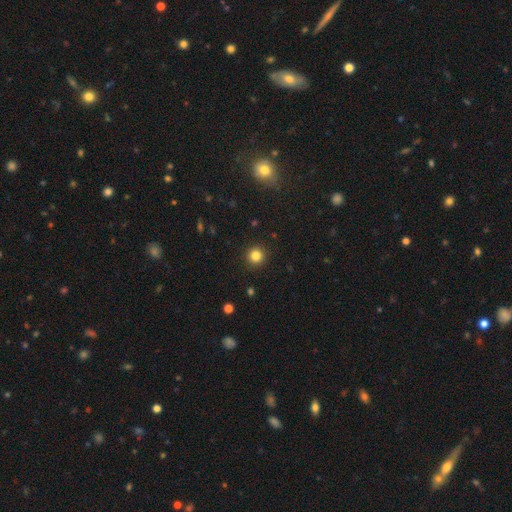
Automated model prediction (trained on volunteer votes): Morphology: type=smooth (83%); roundness=round (95%); merging=none (92%).